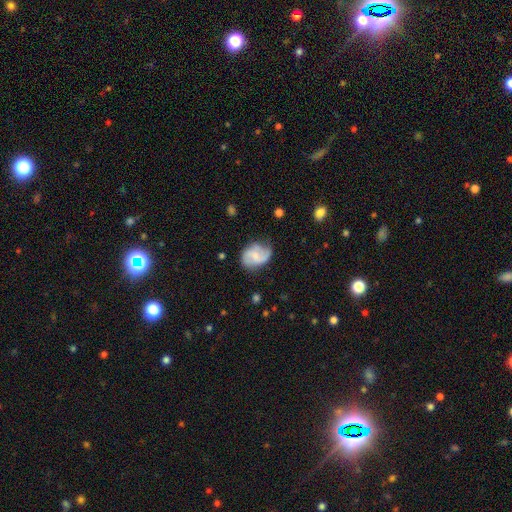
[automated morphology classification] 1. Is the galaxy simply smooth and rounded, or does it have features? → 66% featured or disk, 27% smooth, 7% star or artifact.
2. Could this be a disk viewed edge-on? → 98% no, 2% yes.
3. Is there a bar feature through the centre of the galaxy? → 47% weak, 42% no, 11% strong.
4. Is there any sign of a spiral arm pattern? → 91% yes, 9% no.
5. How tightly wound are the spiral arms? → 42% loose, 41% medium, 17% tight.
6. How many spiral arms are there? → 83% 2, 8% can't tell, 4% 1, 3% 3, 1% 4, 1% more than 4.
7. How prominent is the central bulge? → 48% small, 32% moderate, 16% none, 3% large, 1% dominant.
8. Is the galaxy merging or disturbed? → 63% none, 26% minor disturbance, 9% major disturbance, 2% merger.